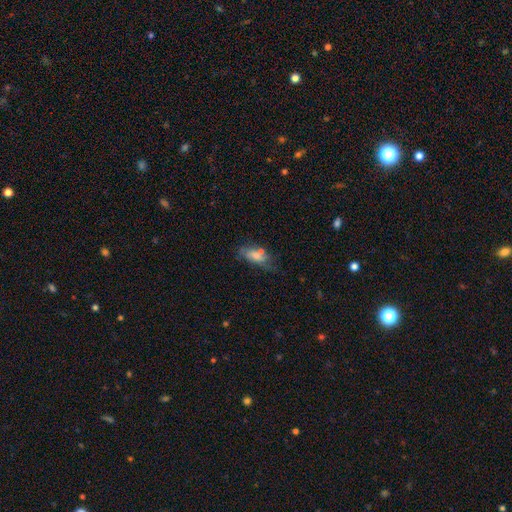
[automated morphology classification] Smooth or featured: smooth — 58% (featured or disk — 29%)
How rounded: in between — 75% (cigar-shaped — 20%)
Merging: none — 51% (minor disturbance — 24%)